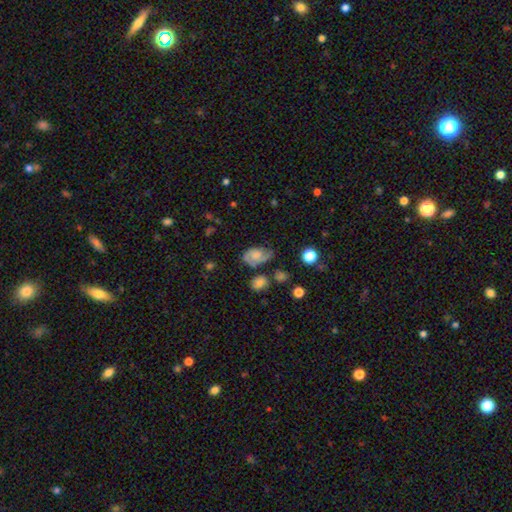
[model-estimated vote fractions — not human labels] Smooth or featured? Predicted: featured or disk (p=0.61). Edge-on disk? Predicted: no (p=0.97). Bar? Predicted: no (p=0.70). Spiral arms? Predicted: yes (p=0.88). Spiral winding? Predicted: medium (p=0.44). Spiral arm count? Predicted: 2 (p=0.66). Bulge size? Predicted: moderate (p=0.32). Merging? Predicted: none (p=0.47).